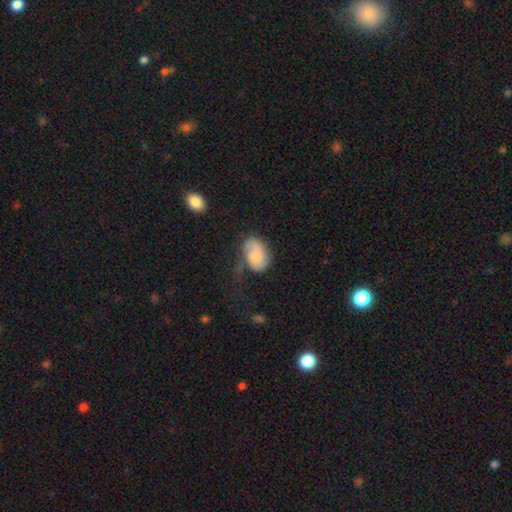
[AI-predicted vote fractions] Overall: featured or disk (46%, tied with smooth). Merging: none (37%; major disturbance 31%).